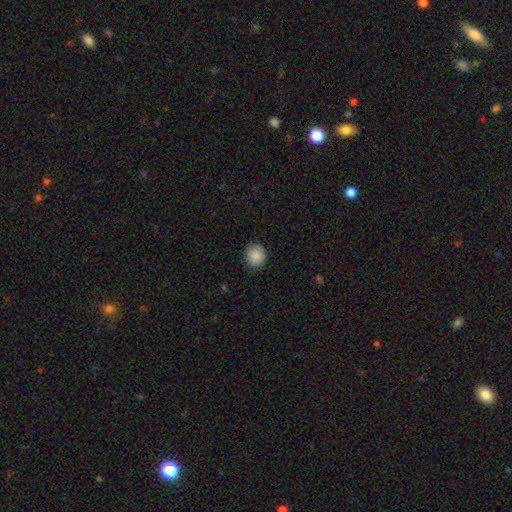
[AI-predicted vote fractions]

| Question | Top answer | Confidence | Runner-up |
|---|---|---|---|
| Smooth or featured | smooth | 87% | star or artifact (8%) |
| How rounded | round | 87% | in between (13%) |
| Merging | none | 88% | minor disturbance (9%) |